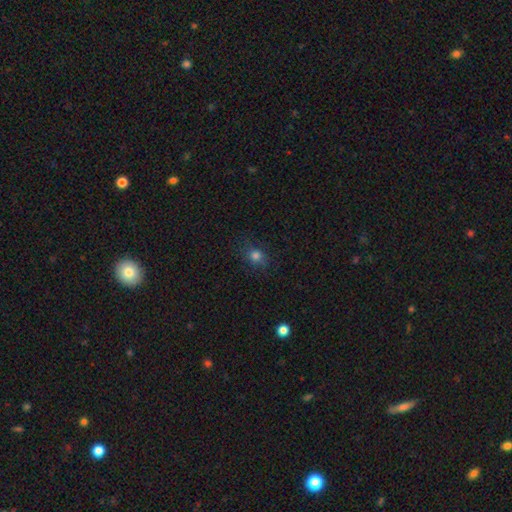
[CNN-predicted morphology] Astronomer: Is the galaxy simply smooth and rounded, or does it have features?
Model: smooth — 76%.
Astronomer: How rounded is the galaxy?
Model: round — 63%.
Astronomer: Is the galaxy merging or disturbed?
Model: none — 76%.